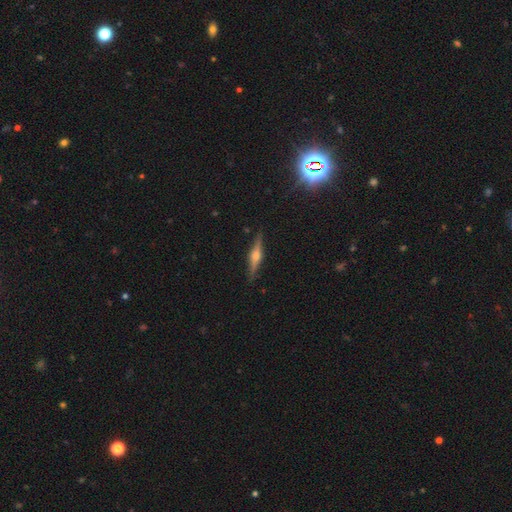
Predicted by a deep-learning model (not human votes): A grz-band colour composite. It shows a featured or disk galaxy (75%) viewed edge-on (98%) with a rounded central bulge (89%). Merging: none (89%).